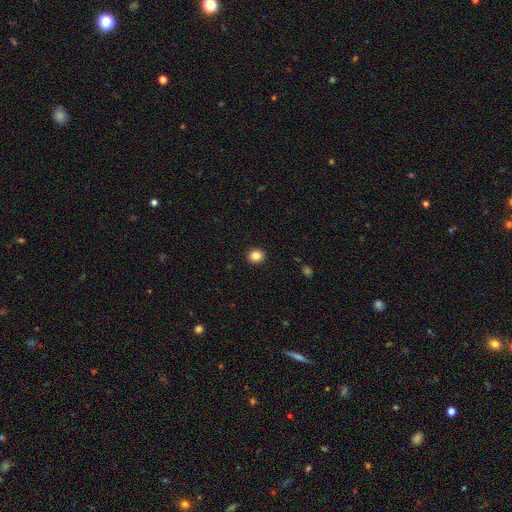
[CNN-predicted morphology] This appears to be a smooth galaxy with no disk features (86%) that is round (81%). Merging: none (92%).